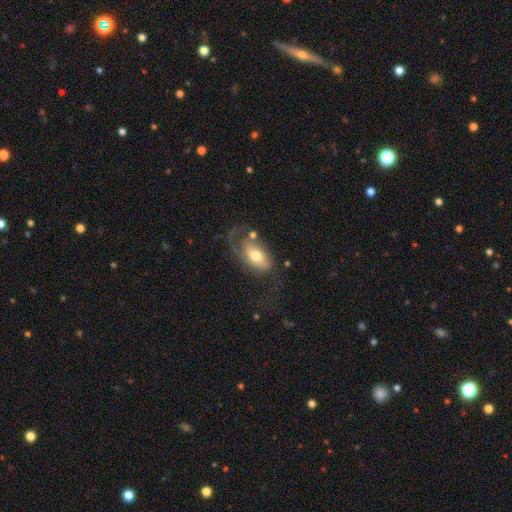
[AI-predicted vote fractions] A smooth galaxy with no disk features (51%) that is in between round and cigar-shaped (89%).

Vote fractions:
- Smooth or featured? smooth: 51% / featured or disk: 42% / star or artifact: 7%
- How rounded? in between: 89% / round: 7% / cigar-shaped: 4%
- Merging? major disturbance: 39% / none: 33% / minor disturbance: 21% / merger: 7%